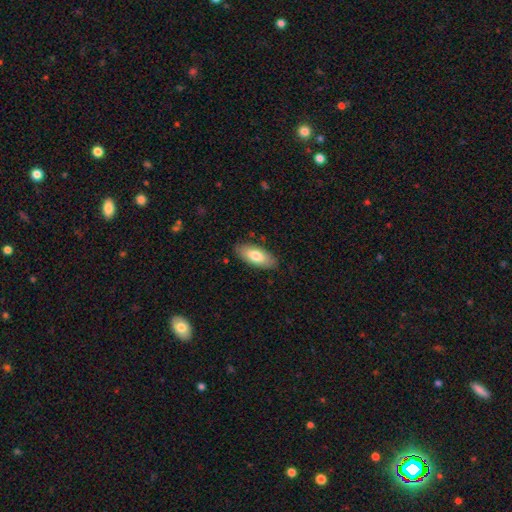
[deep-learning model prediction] smooth-or-featured: smooth: 76% | featured or disk: 18% | star or artifact: 6%
  how-rounded: in between: 86% | cigar-shaped: 12% | round: 2%
  merging: none: 85% | minor disturbance: 12% | major disturbance: 2% | merger: 1%